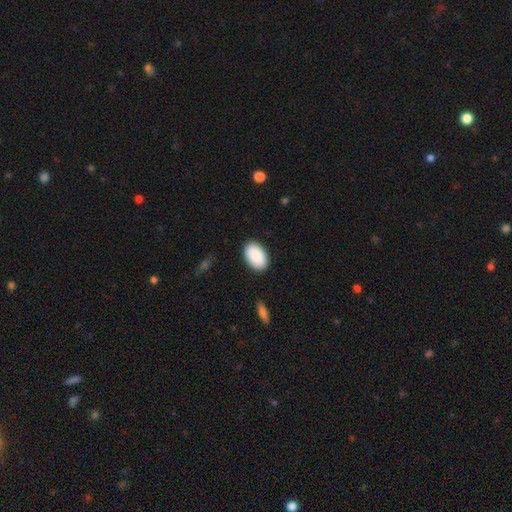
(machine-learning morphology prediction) Smooth or featured? Predicted: smooth (p=0.91). How rounded? Predicted: in between (p=0.93). Merging? Predicted: none (p=0.88).